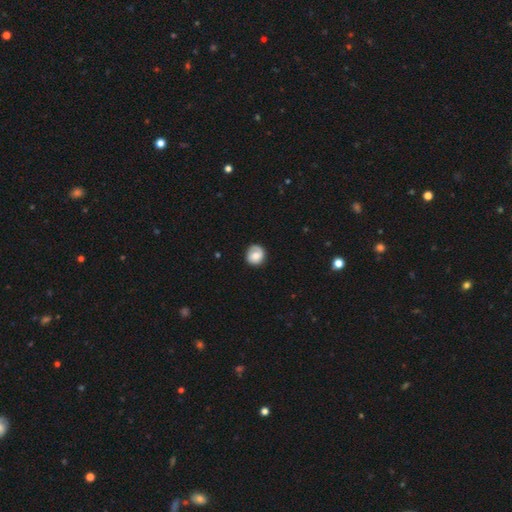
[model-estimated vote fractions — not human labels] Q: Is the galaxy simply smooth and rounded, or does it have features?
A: smooth — 63%.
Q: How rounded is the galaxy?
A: round — 84%.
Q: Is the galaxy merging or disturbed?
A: none — 74%.